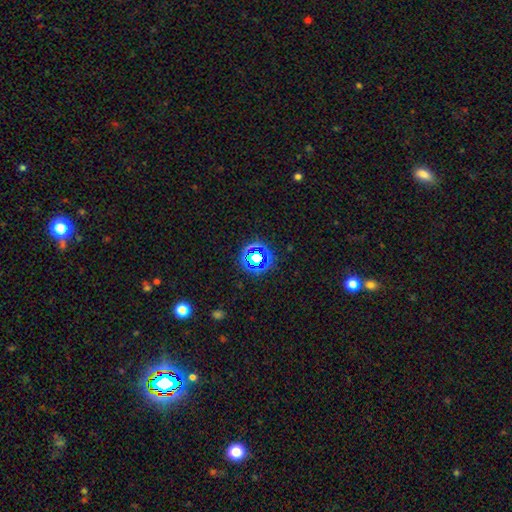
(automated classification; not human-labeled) Morphology: type=star or artifact (65%).